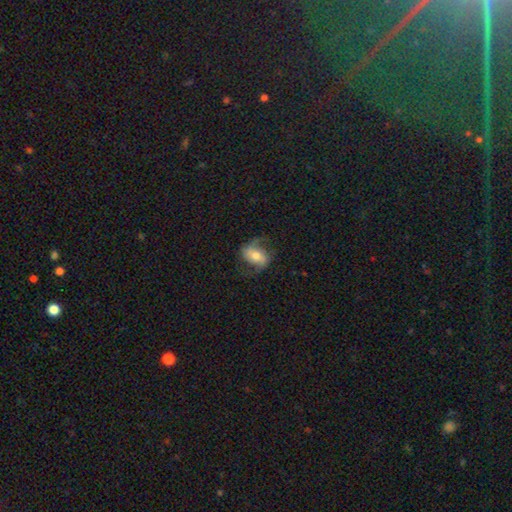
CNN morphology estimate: Smooth or featured? featured or disk (57%)
Edge-on disk? no (94%)
Bar? strong (34%, tied with weak)
Spiral arms? yes (83%)
Bulge size? moderate (63%)
Merging? none (68%)